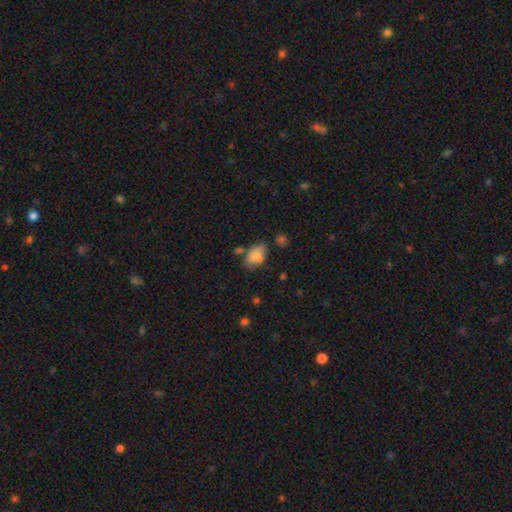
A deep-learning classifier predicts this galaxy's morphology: A smooth galaxy with no disk features (82%) that is in between round and cigar-shaped (87%). Merging: none (55%).